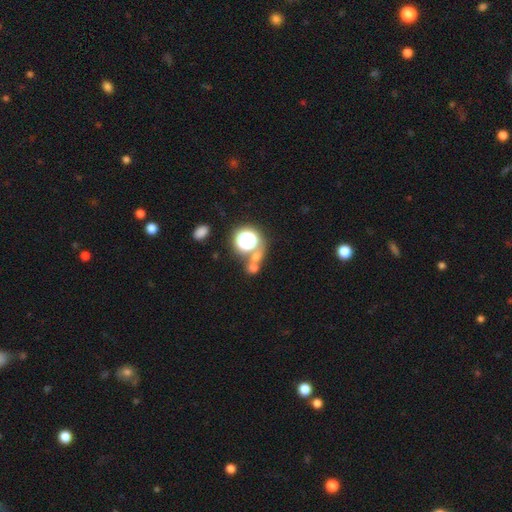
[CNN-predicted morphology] smooth-or-featured: smooth: 45% | star or artifact: 43% | featured or disk: 12%
  merging: none: 55% | merger: 31% | minor disturbance: 8% | major disturbance: 6%